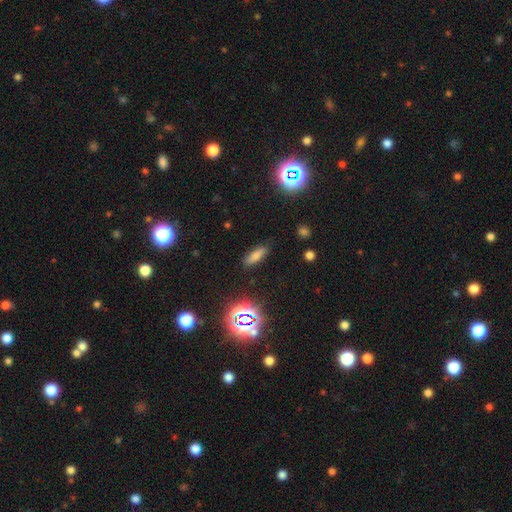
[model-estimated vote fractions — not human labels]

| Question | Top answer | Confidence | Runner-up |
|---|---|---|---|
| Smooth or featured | smooth | 69% | star or artifact (18%) |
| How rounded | in between | 55% | cigar-shaped (41%) |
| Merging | none | 85% | minor disturbance (10%) |